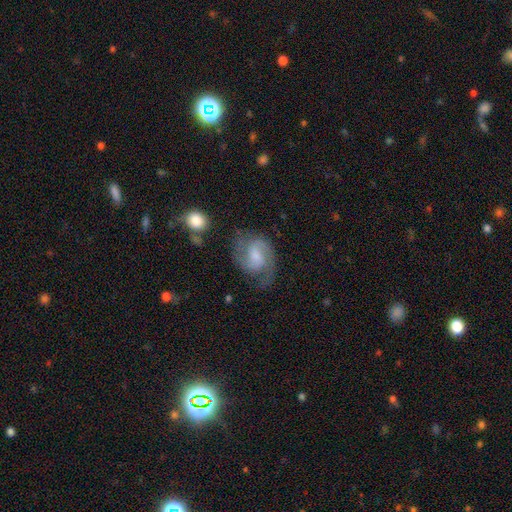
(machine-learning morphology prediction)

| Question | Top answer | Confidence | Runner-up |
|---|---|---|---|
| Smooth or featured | featured or disk | 79% | smooth (14%) |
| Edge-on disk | no | 98% | yes (2%) |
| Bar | weak | 54% | no (34%) |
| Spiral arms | yes | 95% | no (5%) |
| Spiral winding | medium | 55% | tight (26%) |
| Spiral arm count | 2 | 85% | can't tell (6%) |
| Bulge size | small | 36% | tied: moderate (36%) |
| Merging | none | 66% | minor disturbance (20%) |